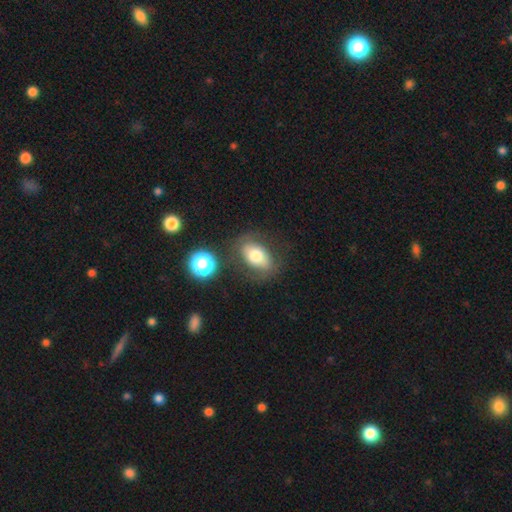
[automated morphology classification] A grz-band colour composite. It shows a smooth galaxy with no disk features (68%) that is in between round and cigar-shaped (83%). Merging: none (71%).